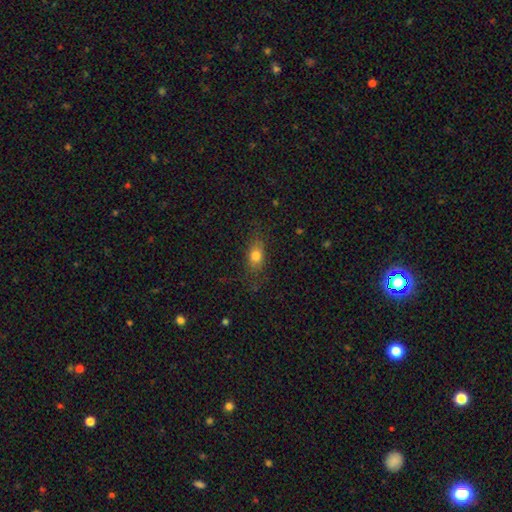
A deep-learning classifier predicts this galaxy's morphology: This appears to be a smooth galaxy with no disk features (77%) that is in between round and cigar-shaped (70%). Merging: none (73%).